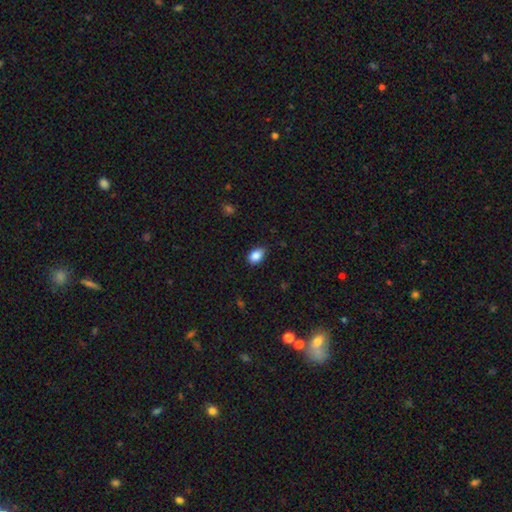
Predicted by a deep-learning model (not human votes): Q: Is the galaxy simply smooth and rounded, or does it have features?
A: smooth — 88%.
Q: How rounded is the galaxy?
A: in between — 84%.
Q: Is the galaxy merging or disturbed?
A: none — 80%.